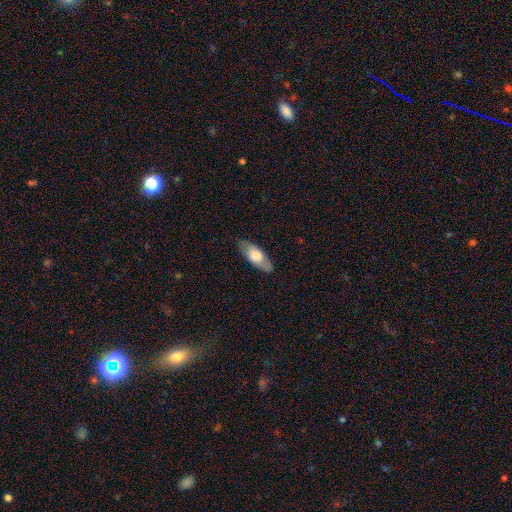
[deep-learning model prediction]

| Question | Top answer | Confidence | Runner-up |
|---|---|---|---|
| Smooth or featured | smooth | 58% | featured or disk (36%) |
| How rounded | in between | 76% | cigar-shaped (21%) |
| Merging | none | 80% | minor disturbance (15%) |